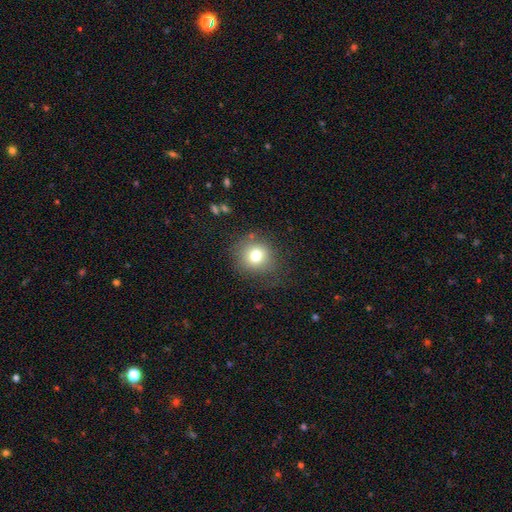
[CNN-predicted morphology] This is likely a smooth galaxy (76%). How rounded: clearly round (88%). Merging: likely none (78%).